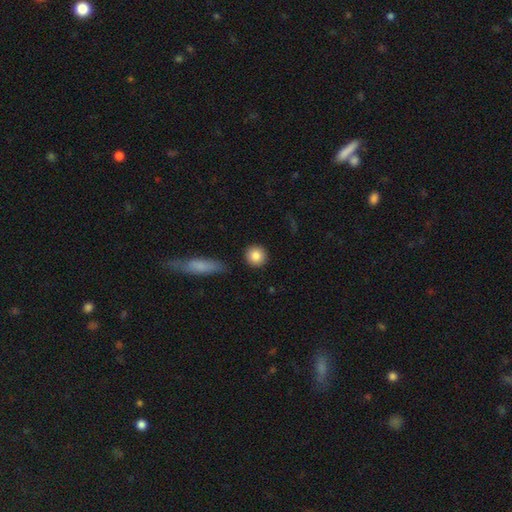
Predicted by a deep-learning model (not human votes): Smooth or featured? Predicted: smooth (p=0.85). How rounded? Predicted: round (p=0.92). Merging? Predicted: none (p=0.88).